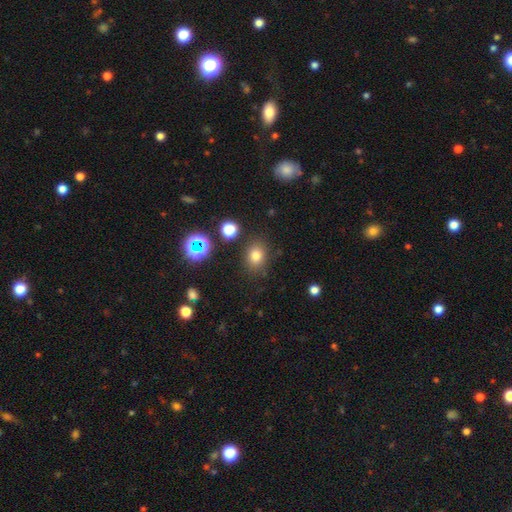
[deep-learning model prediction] Smooth or featured? smooth (75%)
How rounded? round (50%)
Merging? none (83%)